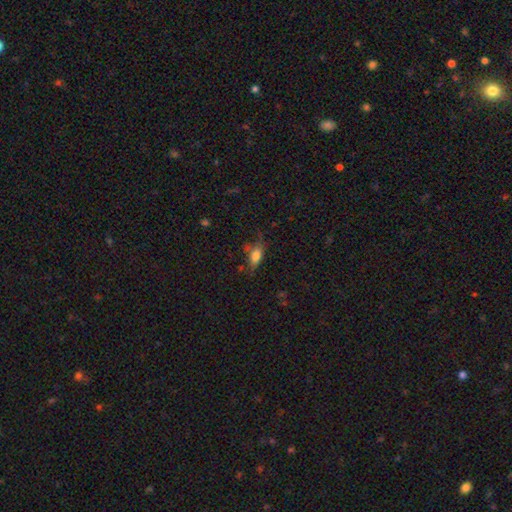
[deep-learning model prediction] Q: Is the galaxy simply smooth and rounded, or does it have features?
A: smooth — 73%.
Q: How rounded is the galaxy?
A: in between — 80%.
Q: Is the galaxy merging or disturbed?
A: none — 51%.